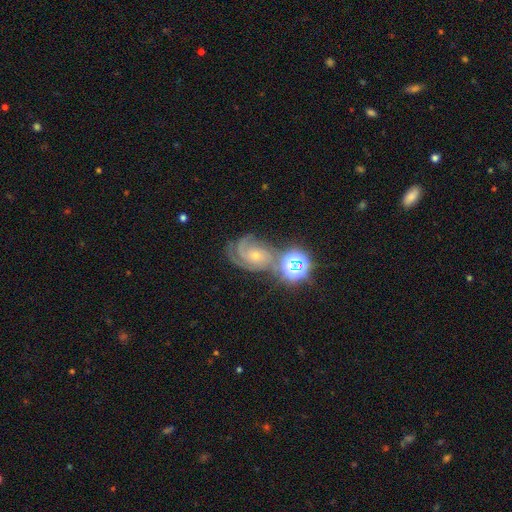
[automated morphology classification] A featured or disk galaxy (73%) with no bar (72%), 3 (40%) tight (54%) spiral arms (96%) and a small central bulge (63%).

Vote fractions:
- Smooth or featured? featured or disk: 73% / star or artifact: 17% / smooth: 10%
- Edge-on disk? no: 98% / yes: 2%
- Bar? no: 72% / weak: 22% / strong: 6%
- Spiral arms? yes: 96% / no: 4%
- Spiral winding? tight: 54% / medium: 37% / loose: 9%
- Spiral arm count? 3: 40% / 2: 20% / can't tell: 18% / 4: 9% / 1: 7% / more than 4: 5%
- Bulge size? small: 63% / moderate: 32% / none: 2% / large: 2% / dominant: 1%
- Merging? none: 54% / minor disturbance: 20% / major disturbance: 14% / merger: 12%